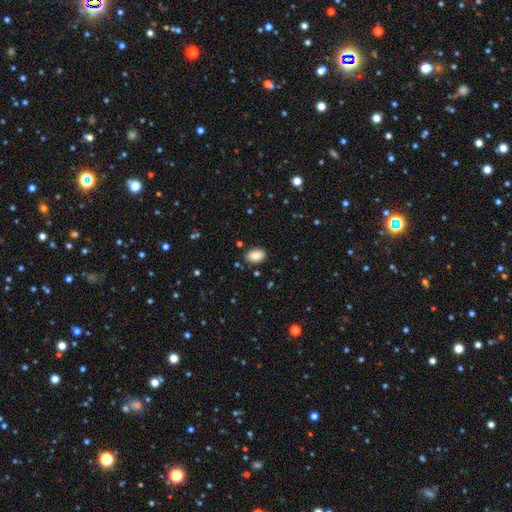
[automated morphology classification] Smooth or featured?
  - smooth: 86% *
  - star or artifact: 8%
  - featured or disk: 6%
How rounded?
  - in between: 88% *
  - round: 10%
  - cigar-shaped: 1%
Merging?
  - none: 86% *
  - minor disturbance: 10%
  - major disturbance: 2%
  - merger: 2%